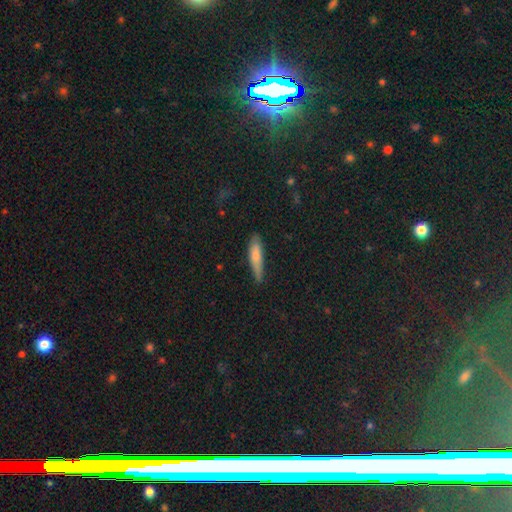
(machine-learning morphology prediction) Q: Smooth or featured?
A: smooth (65%); runner-up: featured or disk (27%)
Q: How rounded?
A: cigar-shaped (83%); runner-up: in between (15%)
Q: Merging?
A: none (80%); runner-up: minor disturbance (16%)